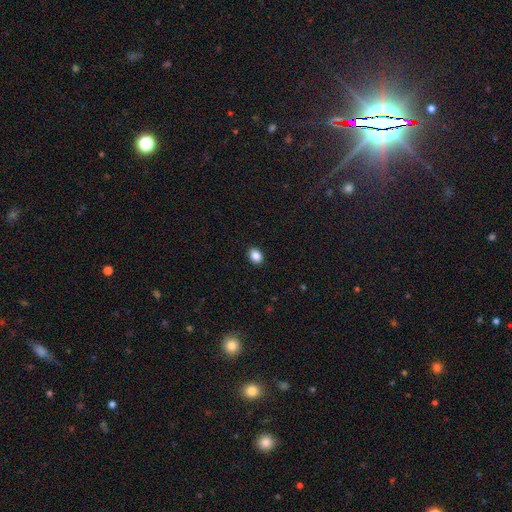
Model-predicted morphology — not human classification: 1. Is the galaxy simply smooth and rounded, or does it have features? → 87% smooth, 9% star or artifact, 4% featured or disk.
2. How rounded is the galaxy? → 59% in between, 40% round, 1% cigar-shaped.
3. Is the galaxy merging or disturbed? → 91% none, 6% minor disturbance, 2% major disturbance, 1% merger.